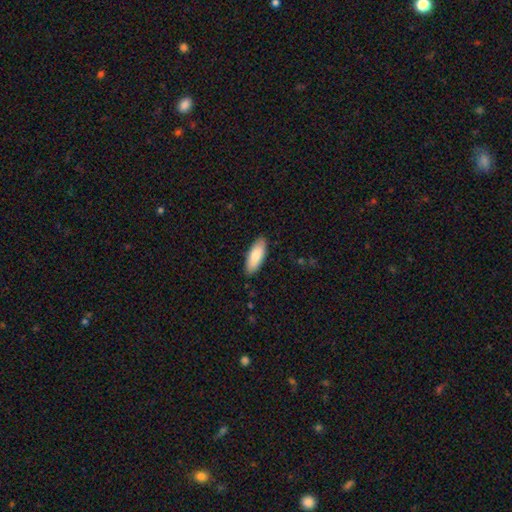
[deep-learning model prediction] Q: Smooth or featured?
A: smooth (83%); runner-up: featured or disk (12%)
Q: How rounded?
A: in between (77%); runner-up: cigar-shaped (21%)
Q: Merging?
A: none (88%); runner-up: minor disturbance (9%)